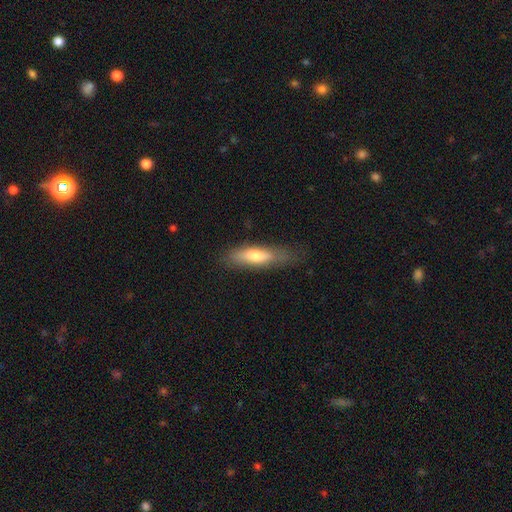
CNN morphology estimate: smooth-or-featured: smooth: 65% | featured or disk: 28% | star or artifact: 6%
  how-rounded: cigar-shaped: 63% | in between: 35% | round: 2%
  merging: none: 69% | minor disturbance: 22% | major disturbance: 7% | merger: 2%